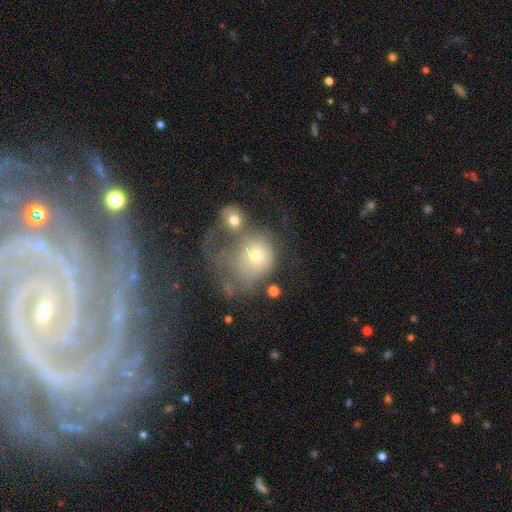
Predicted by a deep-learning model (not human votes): A smooth galaxy with no disk features (54%) that is round (69%).

Vote fractions:
- Smooth or featured? smooth: 54% / featured or disk: 32% / star or artifact: 13%
- How rounded? round: 69% / in between: 30% / cigar-shaped: 1%
- Merging? merger: 47% / major disturbance: 29% / none: 14% / minor disturbance: 9%